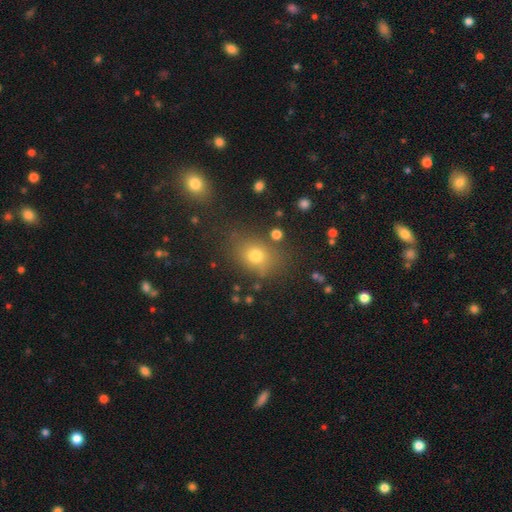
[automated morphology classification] This is likely a smooth galaxy (72%). How rounded: possibly in between (53%). Merging: likely none (77%).